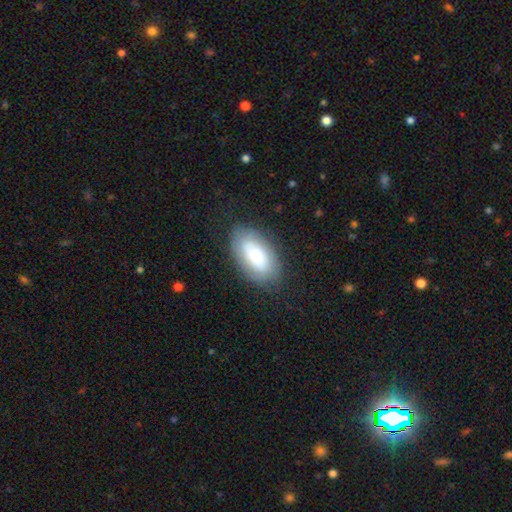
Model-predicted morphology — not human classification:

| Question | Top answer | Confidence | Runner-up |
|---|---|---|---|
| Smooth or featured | smooth | 60% | featured or disk (33%) |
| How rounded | in between | 93% | round (4%) |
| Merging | none | 77% | minor disturbance (16%) |